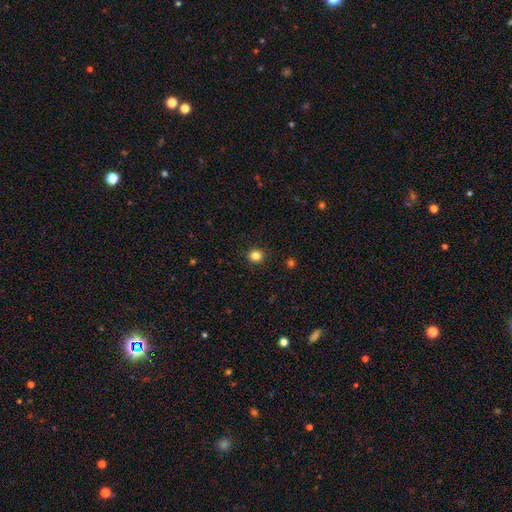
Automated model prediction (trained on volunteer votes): Smooth or featured? smooth (83%)
How rounded? round (87%)
Merging? none (92%)